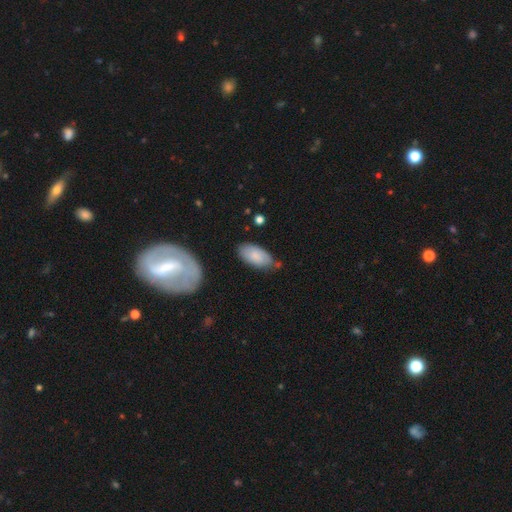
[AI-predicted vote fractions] smooth-or-featured: smooth: 80% | featured or disk: 14% | star or artifact: 6%
  how-rounded: in between: 92% | cigar-shaped: 6% | round: 2%
  merging: none: 66% | minor disturbance: 24% | merger: 5% | major disturbance: 5%